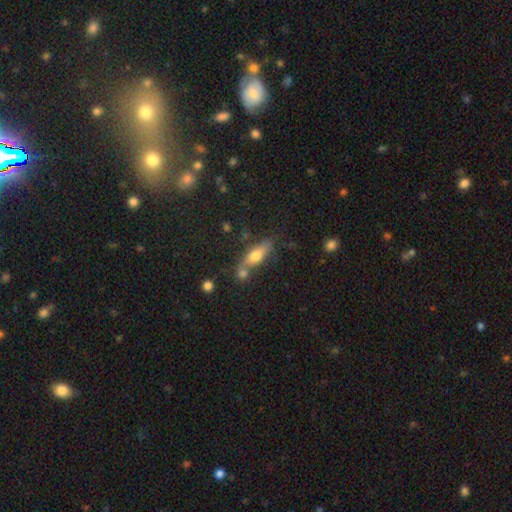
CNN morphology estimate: Smooth or featured?
  - smooth: 65% *
  - featured or disk: 26%
  - star or artifact: 9%
How rounded?
  - in between: 57% *
  - cigar-shaped: 38%
  - round: 5%
Merging?
  - none: 53% *
  - merger: 27%
  - minor disturbance: 15%
  - major disturbance: 6%